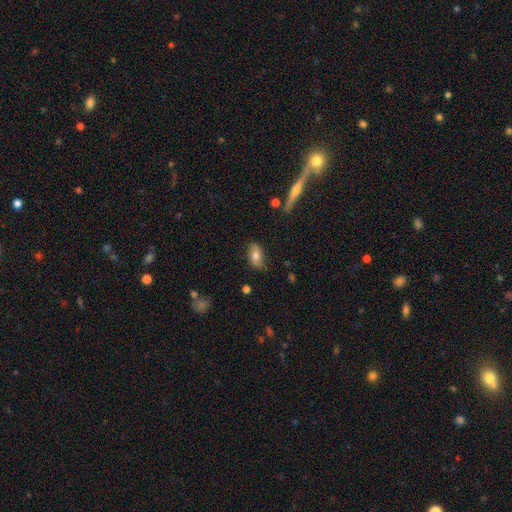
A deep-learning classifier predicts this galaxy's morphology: Smooth or featured?
  - smooth: 75% *
  - featured or disk: 17%
  - star or artifact: 8%
How rounded?
  - in between: 89% *
  - cigar-shaped: 6%
  - round: 6%
Merging?
  - none: 77% *
  - minor disturbance: 17%
  - major disturbance: 4%
  - merger: 2%